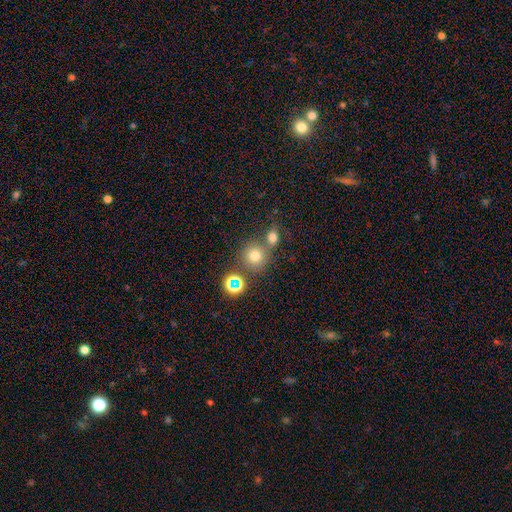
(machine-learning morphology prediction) smooth 70%, star or artifact 20%, featured or disk 10%. Down the decision tree: how rounded — round (86%); merging — none (61%).